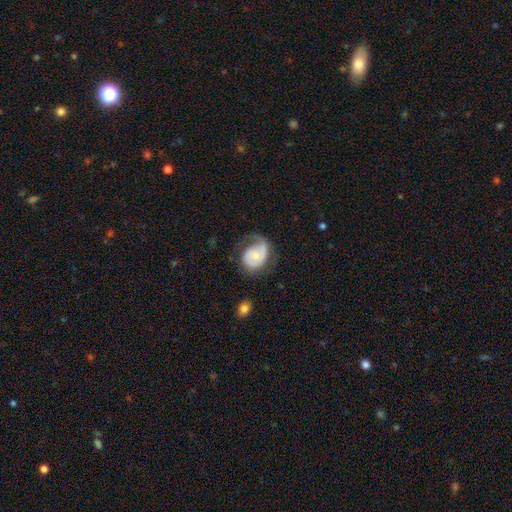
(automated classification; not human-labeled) featured or disk 65%, smooth 29%, star or artifact 6%. Down the decision tree: edge-on disk — no (97%); bar — no (67%); spiral arms — yes (87%); spiral arm count — 1 (52%); spiral winding — medium (38%); bulge size — small (55%); merging — none (45%).